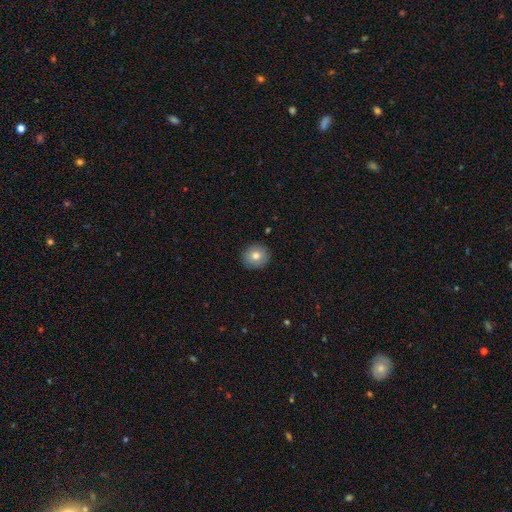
This appears to be a smooth galaxy with no disk features (77%) that is round (87%). Merging: none (100%).